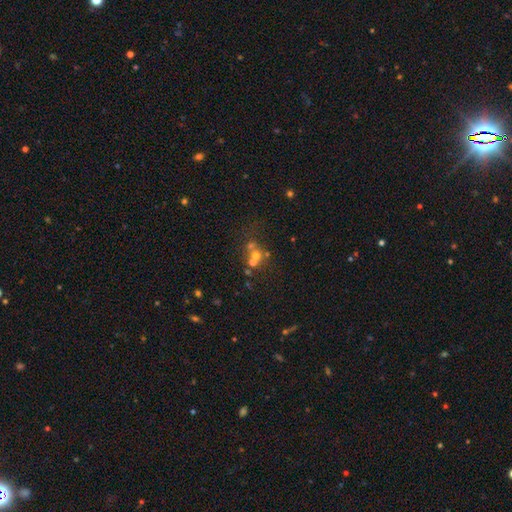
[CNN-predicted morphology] Smooth or featured? Predicted: smooth (p=0.49). Merging? Predicted: merger (p=0.47).